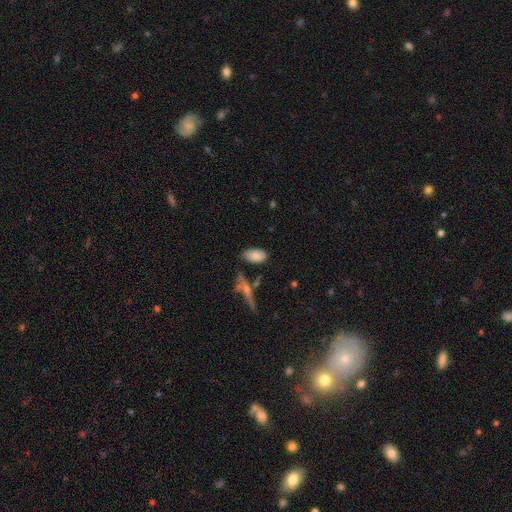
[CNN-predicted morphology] smooth_or_featured: smooth (p=0.78) [alt: featured or disk p=0.15]
how_rounded: in between (p=0.92) [alt: cigar-shaped p=0.04]
merging: none (p=0.69) [alt: minor disturbance p=0.19]